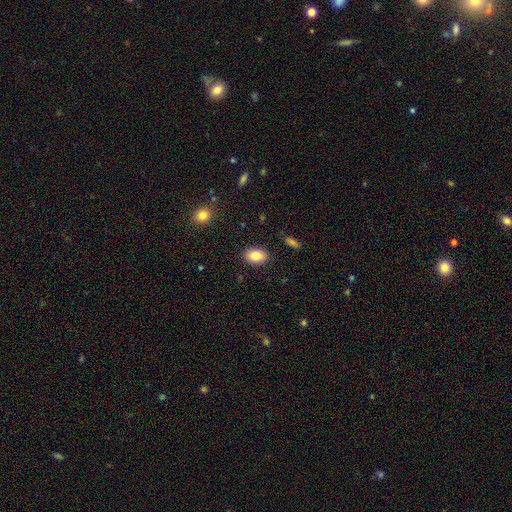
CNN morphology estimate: smooth 84%, featured or disk 8%, star or artifact 8%. Down the decision tree: how rounded — in between (84%); merging — none (88%).